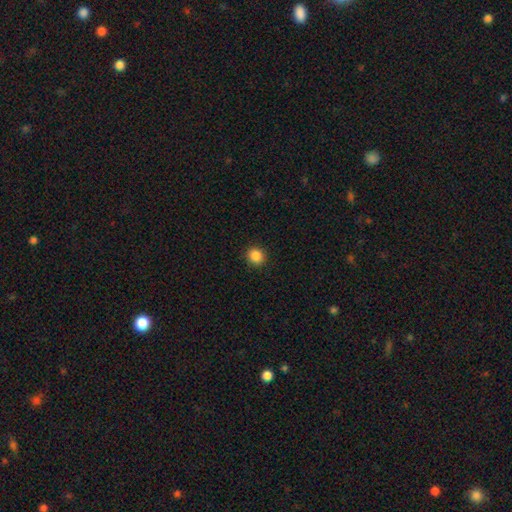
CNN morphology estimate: This is clearly a smooth galaxy (87%). How rounded: clearly round (86%). Merging: clearly none (91%).